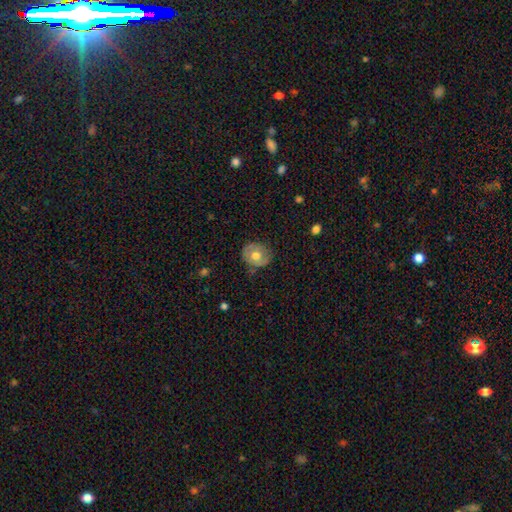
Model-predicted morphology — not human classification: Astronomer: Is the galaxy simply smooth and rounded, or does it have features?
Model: smooth — 53% (runner-up: featured or disk, 40%).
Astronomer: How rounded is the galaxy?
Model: round — 64%.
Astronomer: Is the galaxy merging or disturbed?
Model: none — 73%.